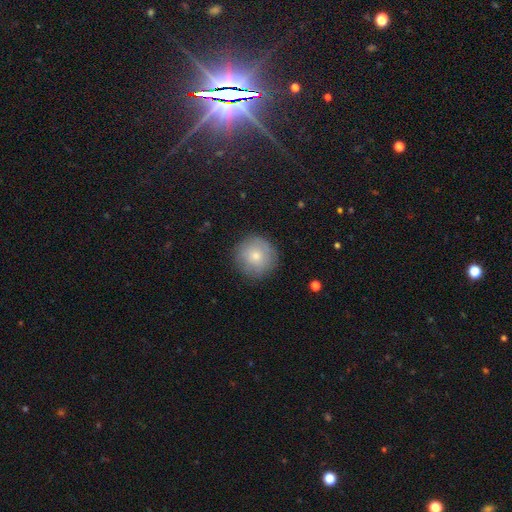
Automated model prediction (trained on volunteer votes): Smooth or featured? Predicted: smooth (p=0.75). How rounded? Predicted: round (p=0.96). Merging? Predicted: none (p=0.86).